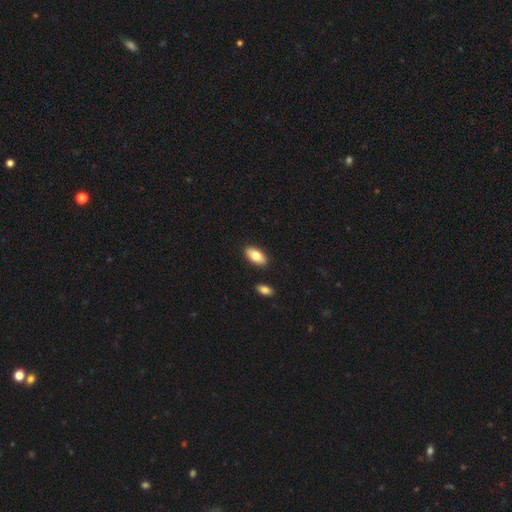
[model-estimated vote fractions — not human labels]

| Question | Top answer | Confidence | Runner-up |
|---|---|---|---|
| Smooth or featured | smooth | 79% | featured or disk (15%) |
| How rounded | in between | 93% | cigar-shaped (4%) |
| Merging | none | 88% | minor disturbance (8%) |